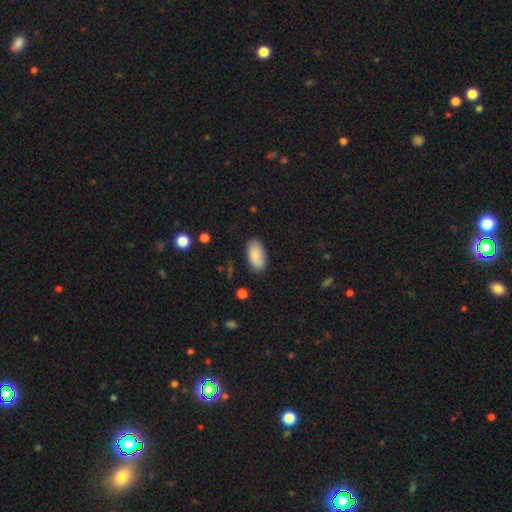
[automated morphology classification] Q: Smooth or featured?
A: smooth (85%); runner-up: featured or disk (9%)
Q: How rounded?
A: in between (95%); runner-up: round (3%)
Q: Merging?
A: none (83%); runner-up: minor disturbance (13%)